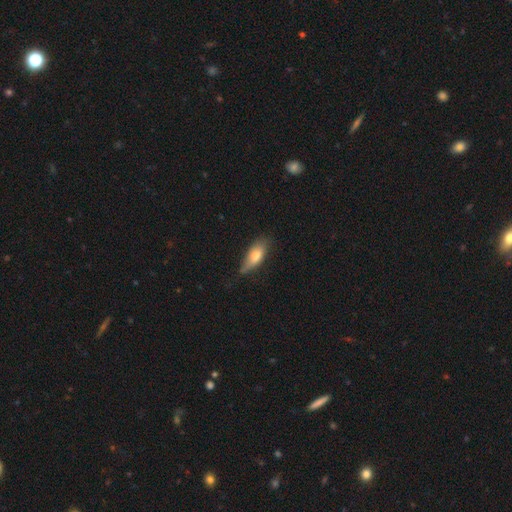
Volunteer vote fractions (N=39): Smooth or featured? smooth (72%)
How rounded? in between (64%)
Merging? none (47%)